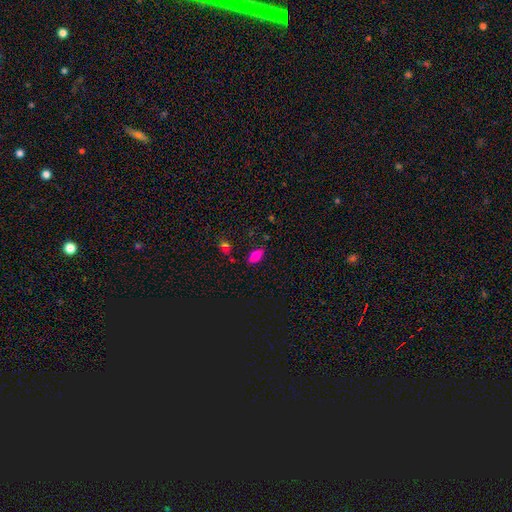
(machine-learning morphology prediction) Smooth or featured? Predicted: smooth (p=0.78). How rounded? Predicted: in between (p=0.86). Merging? Predicted: none (p=0.81).